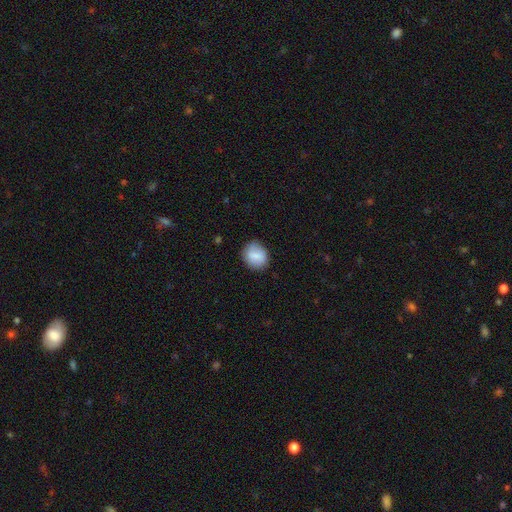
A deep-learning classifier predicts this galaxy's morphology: type=smooth (79%); roundness=round (70%); merging=none (80%).